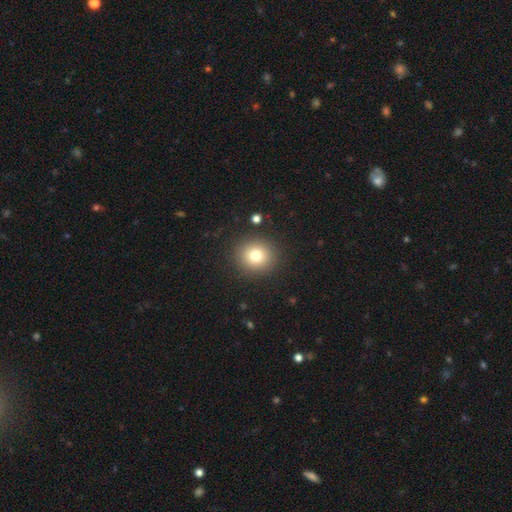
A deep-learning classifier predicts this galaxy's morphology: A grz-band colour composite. It shows a smooth galaxy with no disk features (76%) that is round (88%). Merging: none (90%).